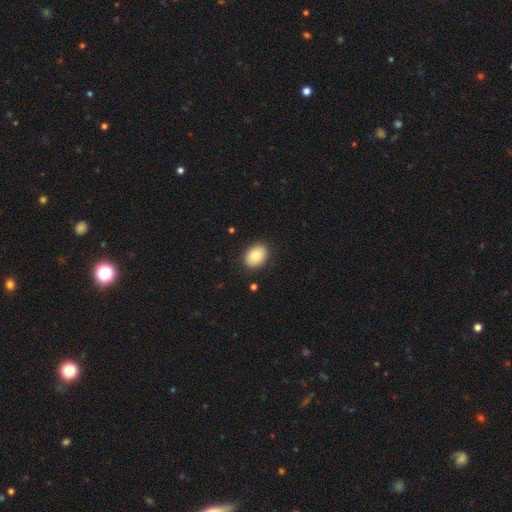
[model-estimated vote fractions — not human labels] A smooth galaxy with no disk features (87%) that is in between round and cigar-shaped (69%).

Vote fractions:
- Smooth or featured? smooth: 87% / star or artifact: 7% / featured or disk: 6%
- How rounded? in between: 69% / round: 30% / cigar-shaped: 1%
- Merging? none: 89% / minor disturbance: 8% / major disturbance: 2% / merger: 1%